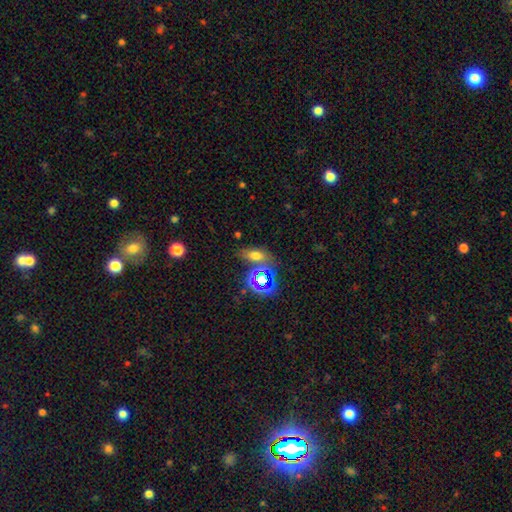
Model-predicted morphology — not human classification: A smooth galaxy with no disk features (58%) that is in between round and cigar-shaped (78%).

Vote fractions:
- Smooth or featured? smooth: 58% / star or artifact: 30% / featured or disk: 12%
- How rounded? in between: 78% / round: 14% / cigar-shaped: 7%
- Merging? none: 63% / merger: 17% / minor disturbance: 14% / major disturbance: 6%